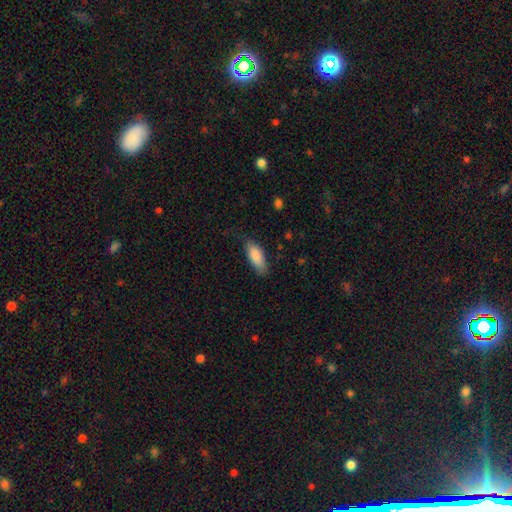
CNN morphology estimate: A smooth galaxy with no disk features (86%) that is in between round and cigar-shaped (78%).

Vote fractions:
- Smooth or featured? smooth: 86% / featured or disk: 8% / star or artifact: 6%
- How rounded? in between: 78% / cigar-shaped: 20% / round: 2%
- Merging? none: 72% / minor disturbance: 22% / major disturbance: 5% / merger: 1%